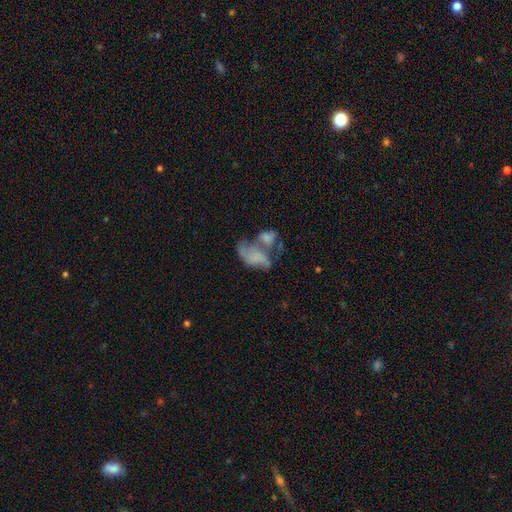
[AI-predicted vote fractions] Smooth or featured? smooth (45%)
Merging? merger (54%)